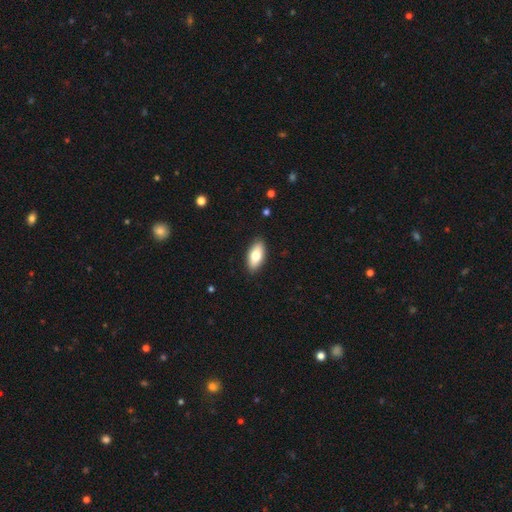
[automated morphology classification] Overall: smooth (76%). How rounded: in between (88%). Merging: none (89%).